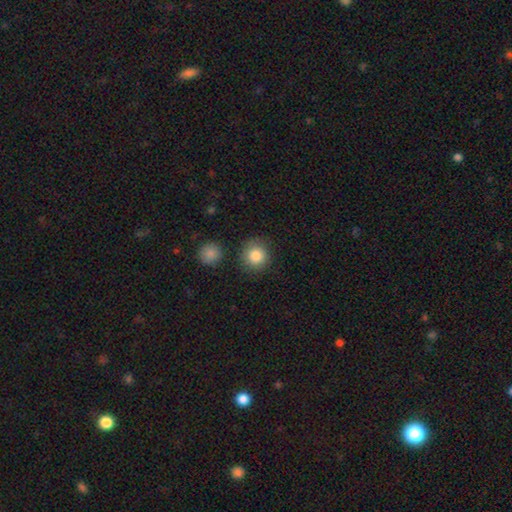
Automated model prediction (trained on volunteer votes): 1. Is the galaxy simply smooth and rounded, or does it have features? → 86% smooth, 9% star or artifact, 6% featured or disk.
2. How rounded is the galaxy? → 91% round, 8% in between, 1% cigar-shaped.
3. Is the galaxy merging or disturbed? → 85% none, 9% minor disturbance, 4% merger, 3% major disturbance.